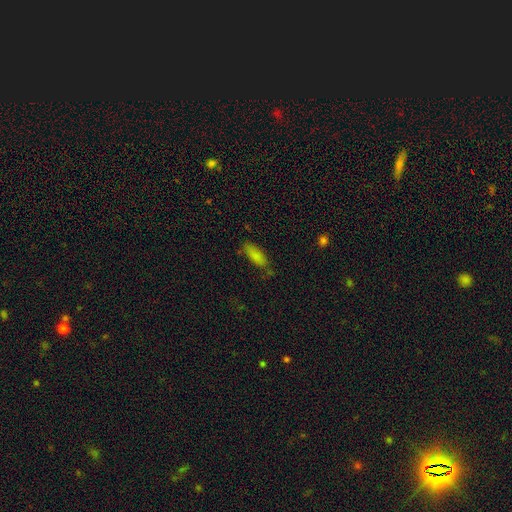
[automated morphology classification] This is clearly a smooth galaxy (82%). How rounded: likely in between (65%). Merging: likely none (68%).